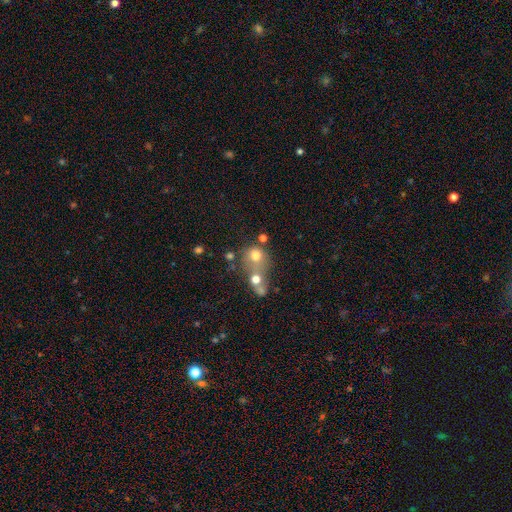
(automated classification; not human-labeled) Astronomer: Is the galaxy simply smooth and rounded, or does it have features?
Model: smooth — 70%.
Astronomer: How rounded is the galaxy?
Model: round — 77%.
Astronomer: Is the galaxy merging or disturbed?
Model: merger — 52% (runner-up: none, 31%).